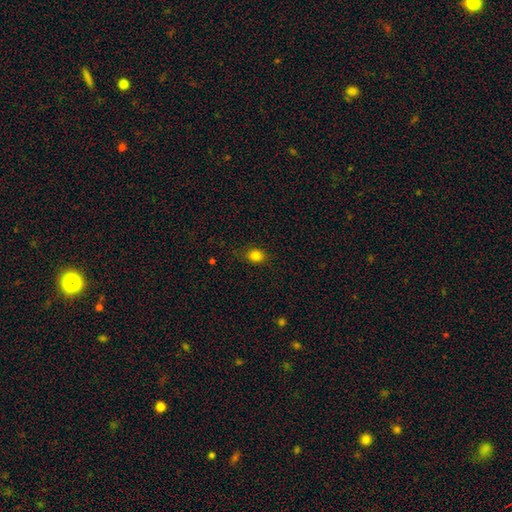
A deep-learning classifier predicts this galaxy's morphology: Smooth or featured?
  - smooth: 82% *
  - star or artifact: 13%
  - featured or disk: 5%
How rounded?
  - round: 56% *
  - in between: 43%
  - cigar-shaped: 1%
Merging?
  - none: 84% *
  - minor disturbance: 12%
  - major disturbance: 3%
  - merger: 1%